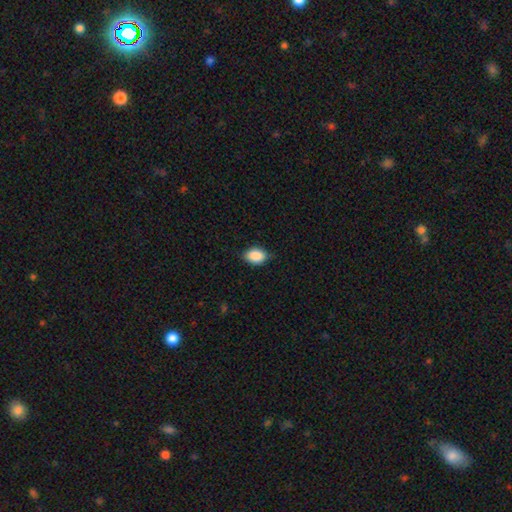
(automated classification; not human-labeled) Smooth or featured: smooth — 88% (star or artifact — 7%)
How rounded: in between — 78% (round — 21%)
Merging: none — 79% (minor disturbance — 17%)